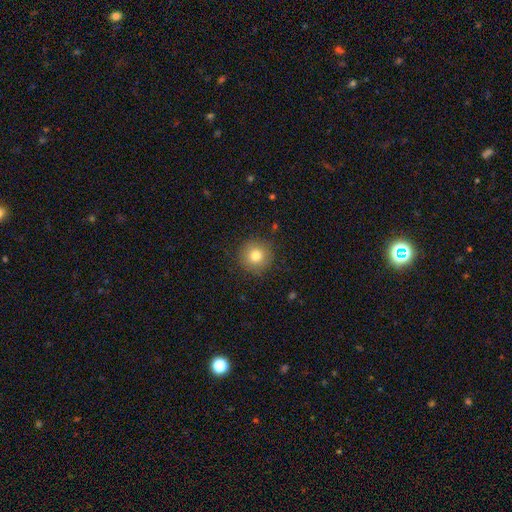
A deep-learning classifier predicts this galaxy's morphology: Smooth or featured? smooth (79%)
How rounded? round (94%)
Merging? none (87%)